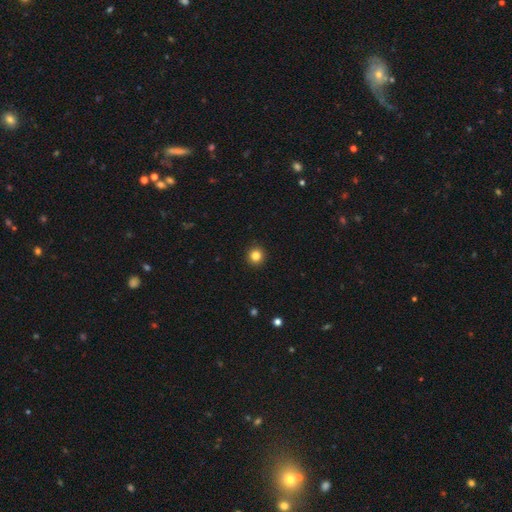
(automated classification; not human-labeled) Q: Smooth or featured?
A: smooth (84%); runner-up: star or artifact (11%)
Q: How rounded?
A: round (95%); runner-up: in between (4%)
Q: Merging?
A: none (93%); runner-up: minor disturbance (4%)